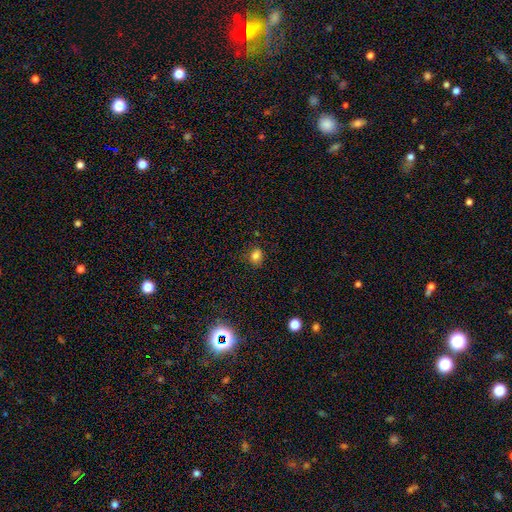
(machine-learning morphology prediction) A smooth galaxy with no disk features (80%) that is in between round and cigar-shaped (52%). Merging: none (79%).